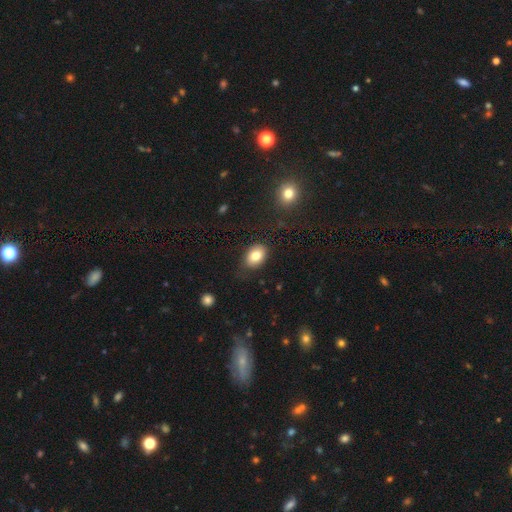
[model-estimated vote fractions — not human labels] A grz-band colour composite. It shows a smooth galaxy with no disk features (81%) that is in between round and cigar-shaped (77%). Merging: none (80%).